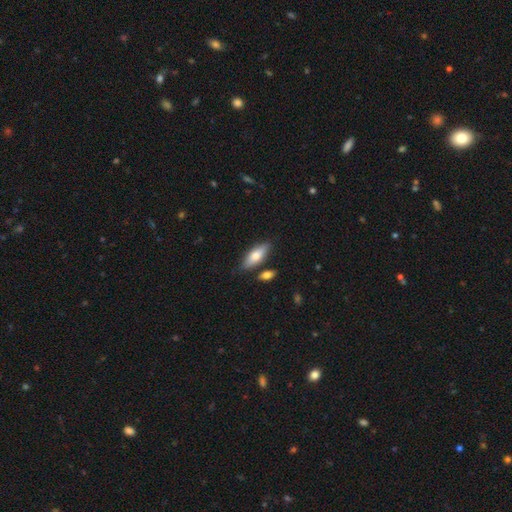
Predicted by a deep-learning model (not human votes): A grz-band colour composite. It shows a smooth galaxy with no disk features (71%) that is in between round and cigar-shaped (66%). Merging: none (75%).